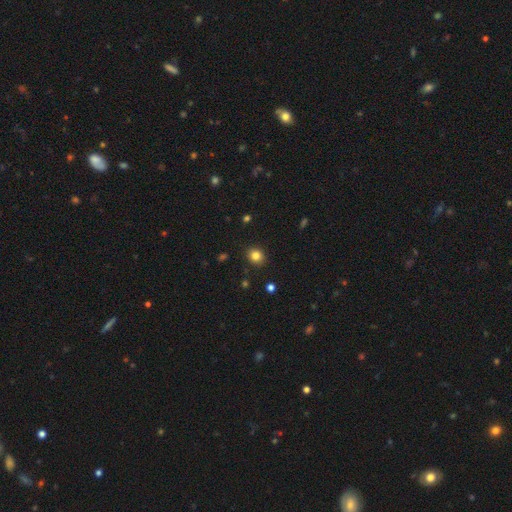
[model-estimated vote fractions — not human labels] smooth 83%, star or artifact 12%, featured or disk 6%. Down the decision tree: how rounded — round (74%); merging — none (90%).